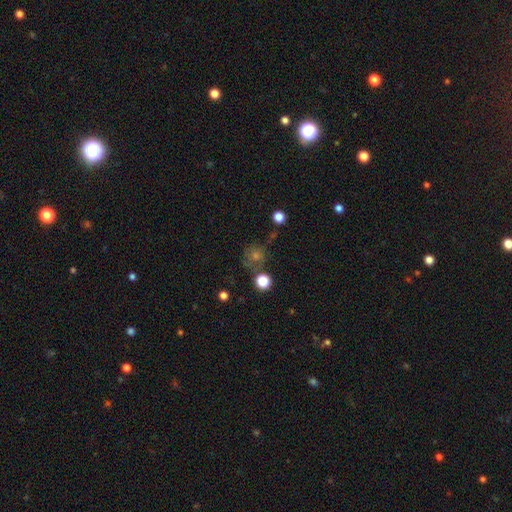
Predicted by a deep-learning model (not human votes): A smooth galaxy with no disk features (47%).

Vote fractions:
- Smooth or featured? smooth: 47% / star or artifact: 35% / featured or disk: 18%
- Merging? none: 68% / minor disturbance: 15% / major disturbance: 9% / merger: 8%